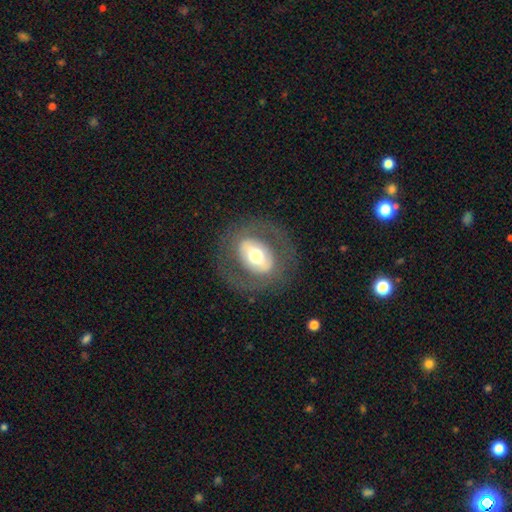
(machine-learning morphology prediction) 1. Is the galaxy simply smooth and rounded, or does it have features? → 61% featured or disk, 33% smooth, 7% star or artifact.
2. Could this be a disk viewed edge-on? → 92% no, 8% yes.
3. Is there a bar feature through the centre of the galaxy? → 41% strong, 32% no, 27% weak.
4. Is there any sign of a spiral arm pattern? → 72% no, 28% yes.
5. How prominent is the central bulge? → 59% moderate, 27% large, 9% small, 4% dominant, 1% none.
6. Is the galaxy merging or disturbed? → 77% none, 11% minor disturbance, 11% major disturbance, 1% merger.